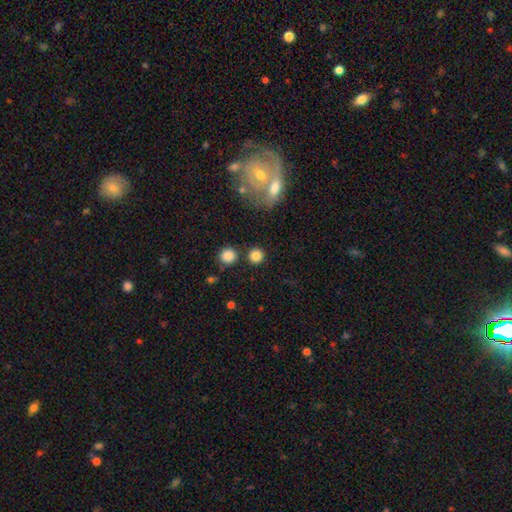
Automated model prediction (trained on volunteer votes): Smooth or featured? smooth (83%)
How rounded? round (92%)
Merging? none (82%)